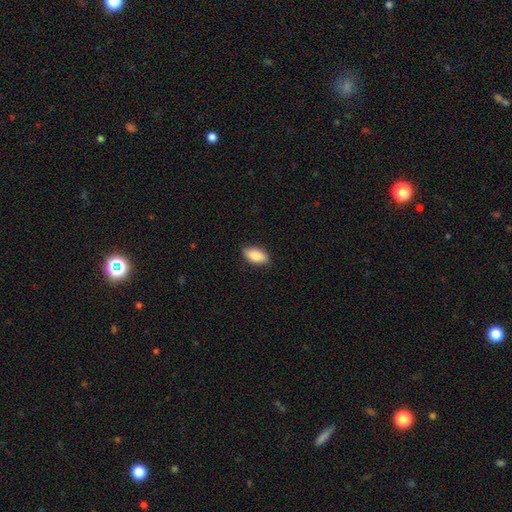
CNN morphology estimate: This appears to be a smooth galaxy with no disk features (85%) that is in between round and cigar-shaped (90%). Merging: none (86%).